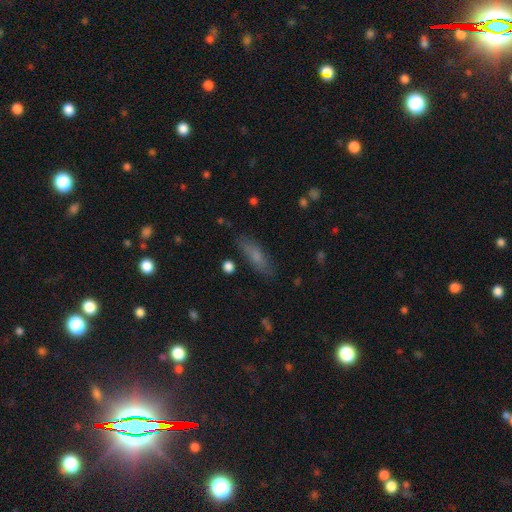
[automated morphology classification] smooth 67%, featured or disk 22%, star or artifact 11%. Down the decision tree: how rounded — in between (52%); merging — none (78%).